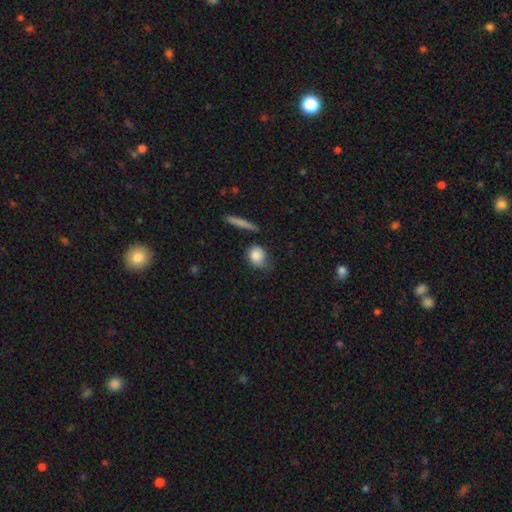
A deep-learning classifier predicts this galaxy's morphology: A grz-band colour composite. It shows a smooth galaxy with no disk features (81%) that is round (55%). Merging: none (56%).